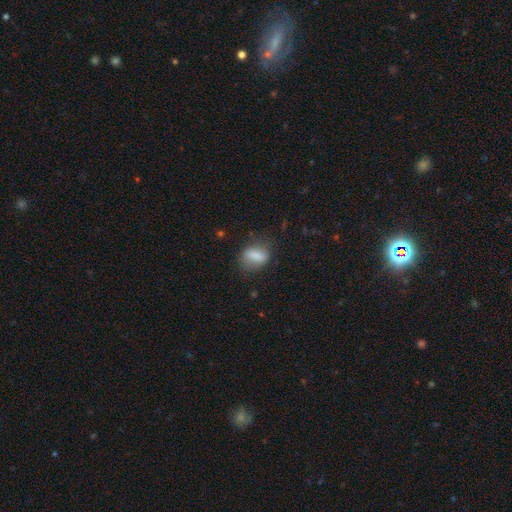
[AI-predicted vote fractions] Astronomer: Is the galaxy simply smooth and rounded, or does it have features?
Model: smooth — 77%.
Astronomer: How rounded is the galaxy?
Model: in between — 72%.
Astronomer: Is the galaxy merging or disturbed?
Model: none — 69%.